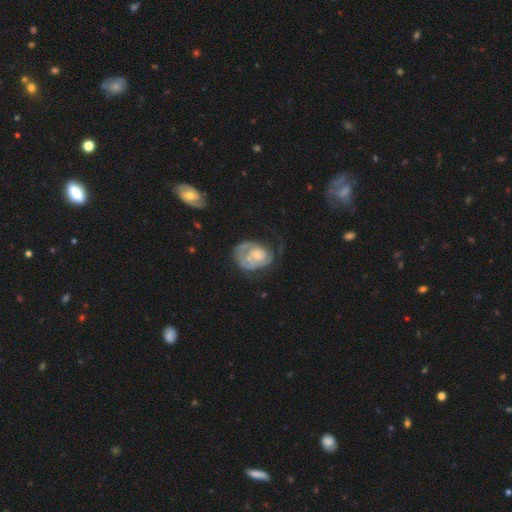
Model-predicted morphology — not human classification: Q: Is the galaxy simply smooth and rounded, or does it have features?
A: featured or disk — 72%.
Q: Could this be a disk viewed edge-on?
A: no — 98%.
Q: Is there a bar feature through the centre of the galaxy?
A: no — 76%.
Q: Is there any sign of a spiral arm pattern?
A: yes — 80%.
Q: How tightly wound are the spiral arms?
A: tight — 56%.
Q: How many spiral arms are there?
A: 1 — 31%.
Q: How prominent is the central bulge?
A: small — 48%.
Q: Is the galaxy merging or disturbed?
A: none — 41%.